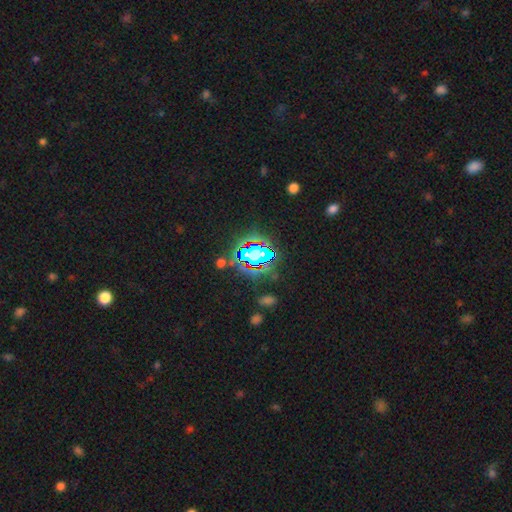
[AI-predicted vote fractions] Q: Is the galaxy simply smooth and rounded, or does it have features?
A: star or artifact — 65%.